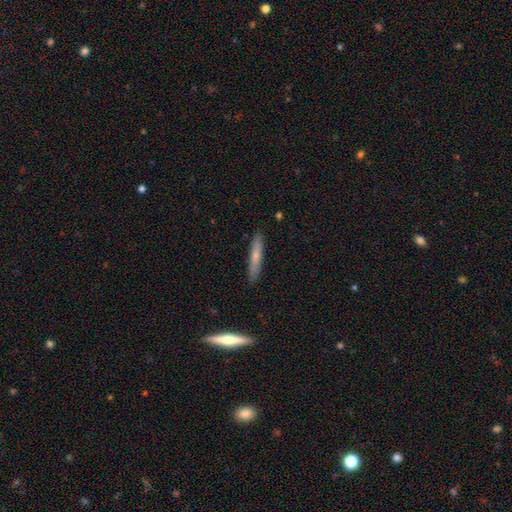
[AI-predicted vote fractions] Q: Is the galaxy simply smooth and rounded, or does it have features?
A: smooth — 64%.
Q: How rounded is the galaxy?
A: cigar-shaped — 92%.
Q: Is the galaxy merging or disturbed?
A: none — 89%.